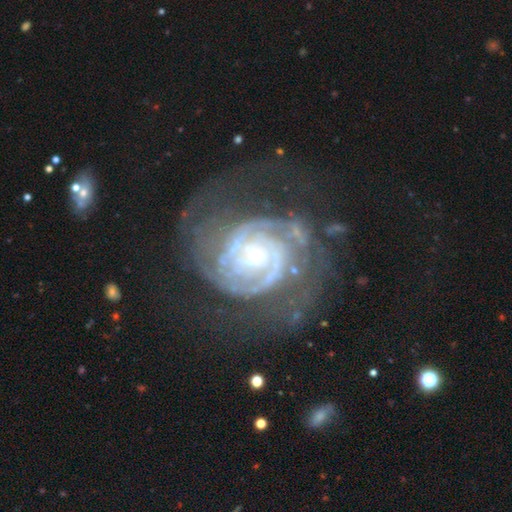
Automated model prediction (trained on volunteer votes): smooth-or-featured: featured or disk: 90% | star or artifact: 6% | smooth: 4%
  disk-edge-on: no: 98% | yes: 2%
    bar: no: 67% | weak: 23% | strong: 9%
    has-spiral-arms: yes: 97% | no: 3%
      spiral-winding: tight: 66% | medium: 28% | loose: 6%
      spiral-arm-count: 2: 49% | can't tell: 17% | 3: 14% | 4: 7% | more than 4: 6% | 1: 6%
    bulge-size: small: 79% | moderate: 16% | large: 2% | none: 2% | dominant: 1%
  merging: none: 56% | major disturbance: 23% | minor disturbance: 18% | merger: 3%